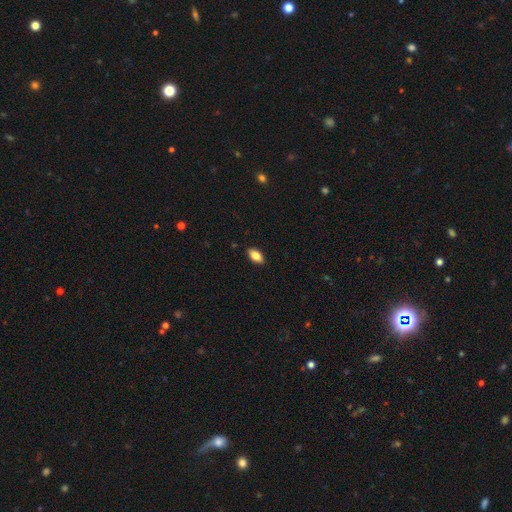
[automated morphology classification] This appears to be a smooth galaxy with no disk features (84%) that is in between round and cigar-shaped (92%). Merging: none (89%).